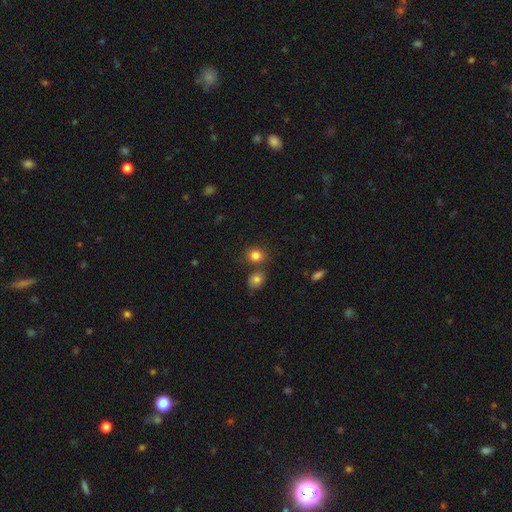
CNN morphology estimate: smooth 82%, star or artifact 12%, featured or disk 7%. Down the decision tree: how rounded — round (67%); merging — none (65%).